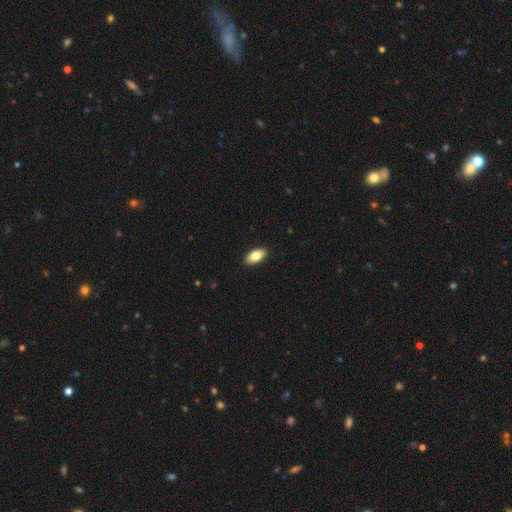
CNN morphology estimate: Smooth or featured? smooth (81%)
How rounded? in between (92%)
Merging? none (90%)